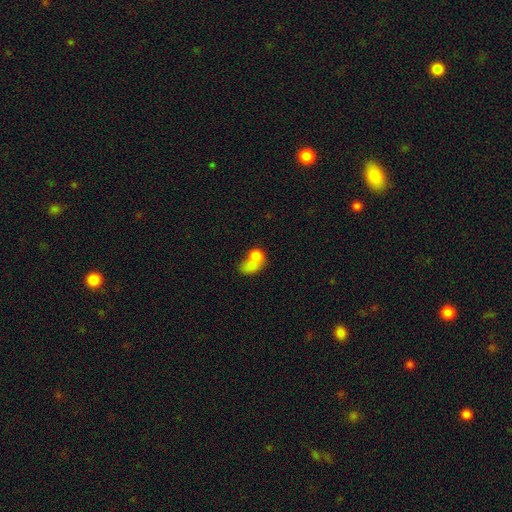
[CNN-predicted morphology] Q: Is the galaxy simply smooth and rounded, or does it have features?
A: smooth — 74%.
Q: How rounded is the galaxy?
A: in between — 53%.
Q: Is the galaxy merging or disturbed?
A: merger — 63%.